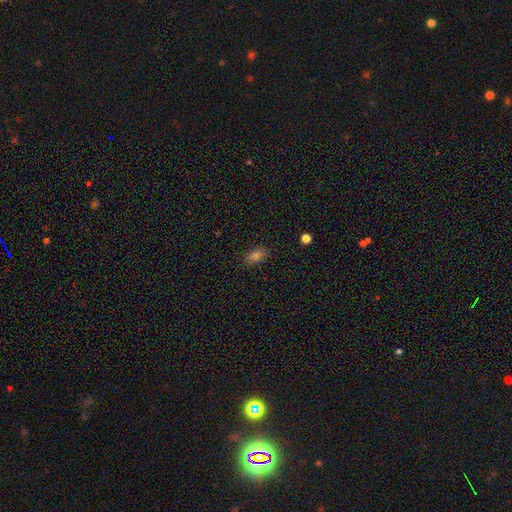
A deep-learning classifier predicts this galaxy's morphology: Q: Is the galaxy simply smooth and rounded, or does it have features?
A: smooth — 74%.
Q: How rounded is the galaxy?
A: in between — 85%.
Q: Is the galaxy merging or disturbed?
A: none — 87%.